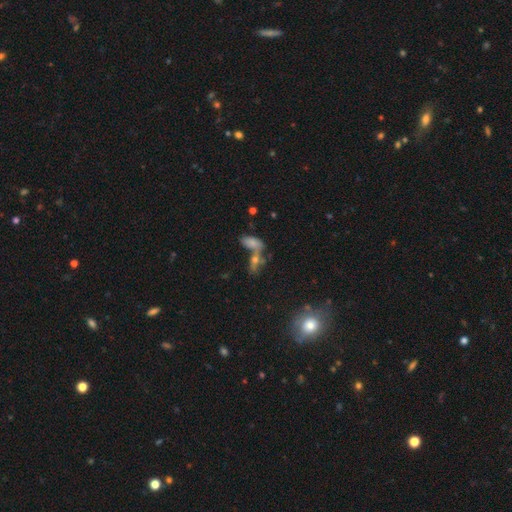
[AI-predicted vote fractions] Smooth or featured: smooth — 53% (featured or disk — 25%)
How rounded: in between — 70% (cigar-shaped — 19%)
Merging: merger — 42% (none — 38%)